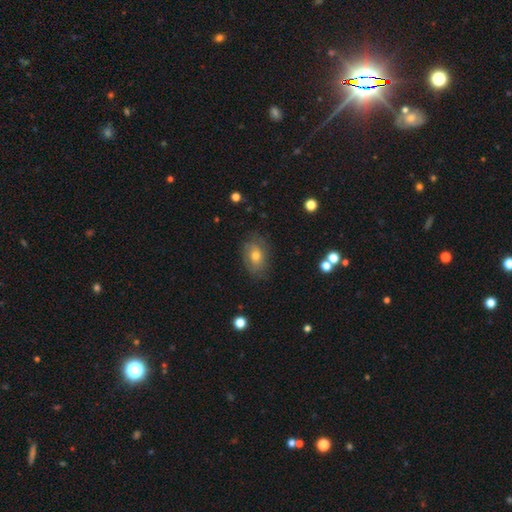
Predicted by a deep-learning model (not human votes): A smooth galaxy with no disk features (53%) that is in between round and cigar-shaped (78%).

Vote fractions:
- Smooth or featured? smooth: 53% / featured or disk: 36% / star or artifact: 11%
- How rounded? in between: 78% / round: 20% / cigar-shaped: 2%
- Merging? none: 73% / minor disturbance: 19% / major disturbance: 6% / merger: 1%